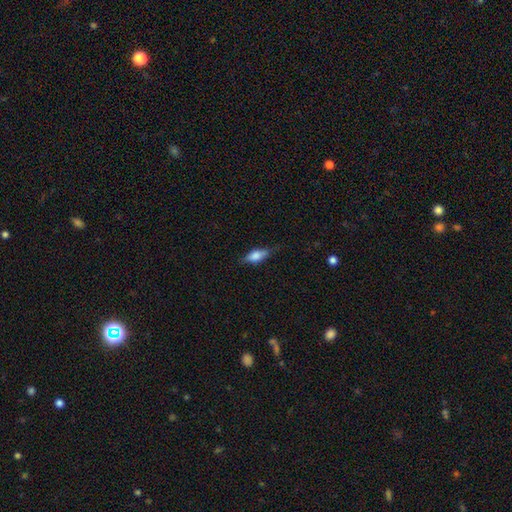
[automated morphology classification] smooth-or-featured: smooth: 60% | featured or disk: 32% | star or artifact: 8%
  how-rounded: in between: 69% | cigar-shaped: 27% | round: 4%
  merging: none: 74% | minor disturbance: 20% | major disturbance: 5% | merger: 1%